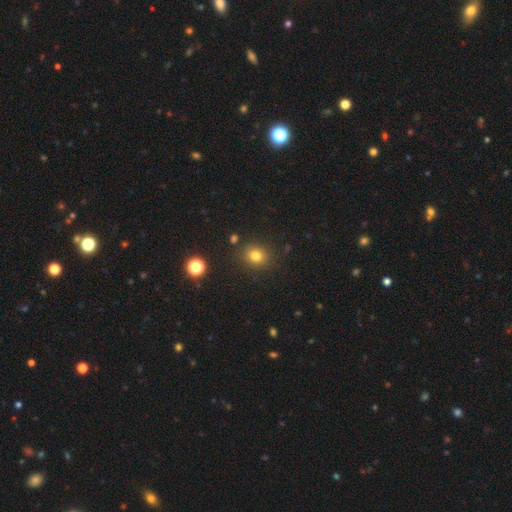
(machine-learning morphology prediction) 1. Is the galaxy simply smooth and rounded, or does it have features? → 80% smooth, 14% star or artifact, 6% featured or disk.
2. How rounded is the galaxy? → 71% round, 28% in between, 1% cigar-shaped.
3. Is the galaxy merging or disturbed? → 83% none, 10% minor disturbance, 3% merger, 3% major disturbance.